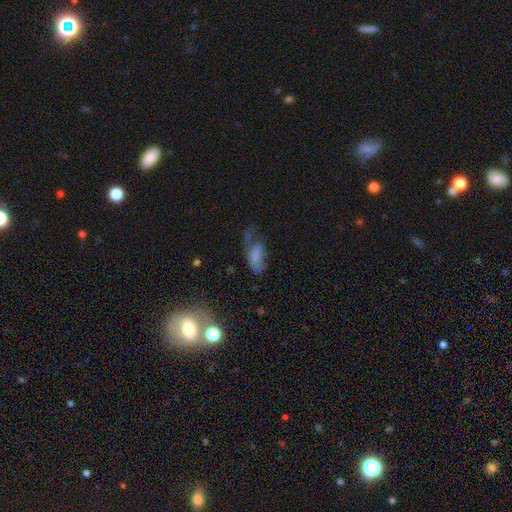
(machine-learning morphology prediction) Overall: smooth (60%; featured or disk 29%). How rounded: in between (86%). Merging: major disturbance (48%; minor disturbance 24%).